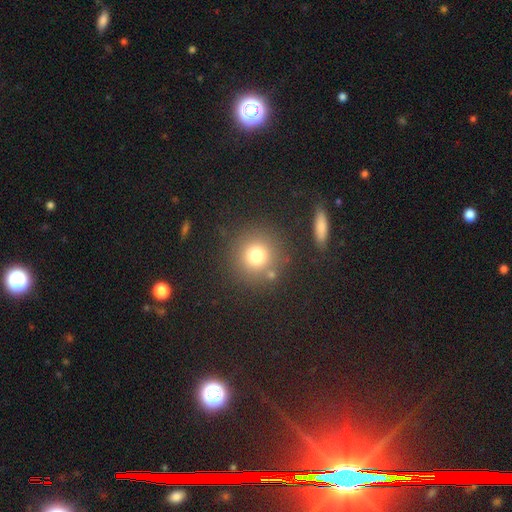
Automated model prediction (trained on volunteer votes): Morphology: type=smooth (75%); roundness=round (92%); merging=none (83%).